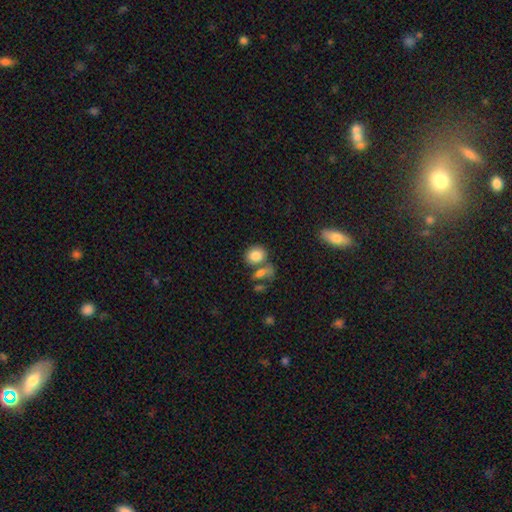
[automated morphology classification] Smooth or featured? smooth (82%)
How rounded? round (53%)
Merging? none (54%)